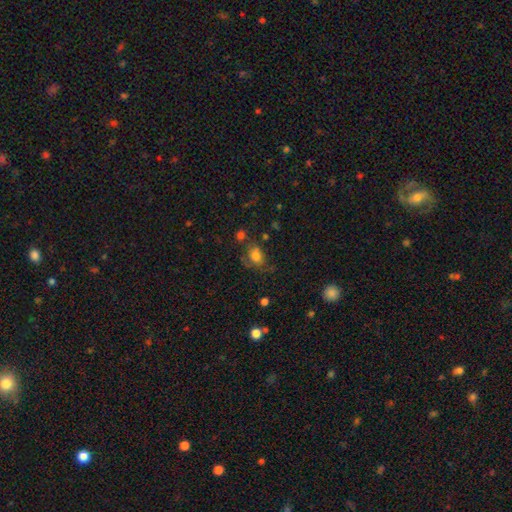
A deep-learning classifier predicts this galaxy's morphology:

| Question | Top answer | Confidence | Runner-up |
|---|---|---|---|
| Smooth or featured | smooth | 74% | star or artifact (13%) |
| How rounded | in between | 66% | round (33%) |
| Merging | none | 51% | minor disturbance (25%) |